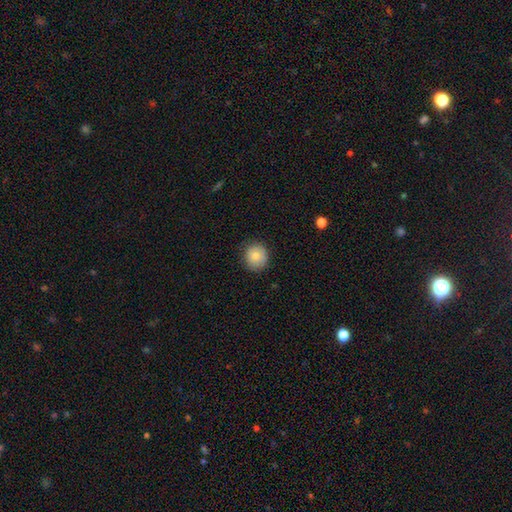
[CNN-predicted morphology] smooth-or-featured: smooth: 80% | featured or disk: 11% | star or artifact: 9%
  how-rounded: round: 88% | in between: 11% | cigar-shaped: 1%
  merging: none: 84% | minor disturbance: 12% | major disturbance: 3% | merger: 1%